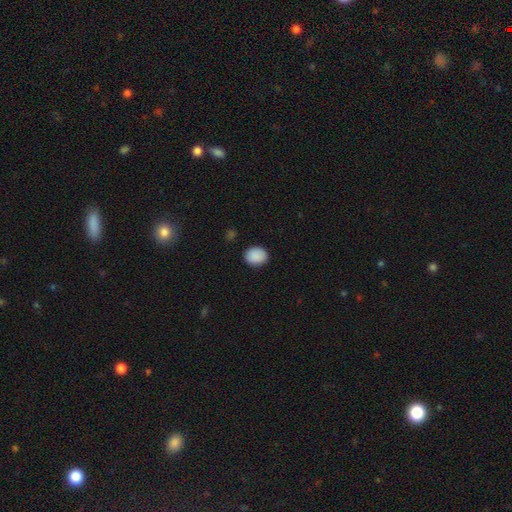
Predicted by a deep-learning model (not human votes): Overall: smooth (90%). How rounded: round (59%; in between 40%). Merging: none (89%).